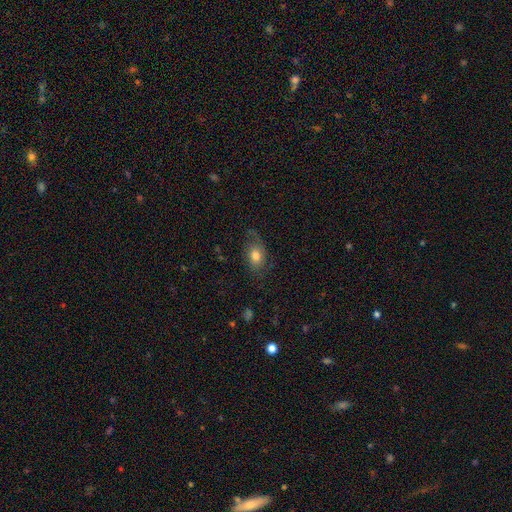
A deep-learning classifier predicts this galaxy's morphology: Smooth or featured?
  - smooth: 66% *
  - featured or disk: 25%
  - star or artifact: 9%
How rounded?
  - in between: 76% *
  - round: 23%
  - cigar-shaped: 2%
Merging?
  - none: 59% *
  - minor disturbance: 24%
  - major disturbance: 15%
  - merger: 2%